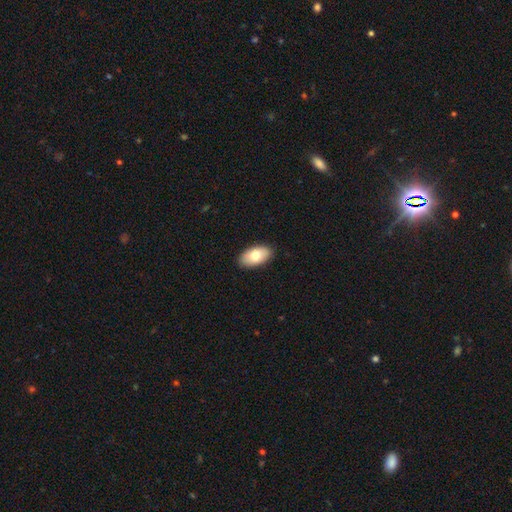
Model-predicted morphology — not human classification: smooth 77%, featured or disk 17%, star or artifact 6%. Down the decision tree: how rounded — in between (95%); merging — none (88%).